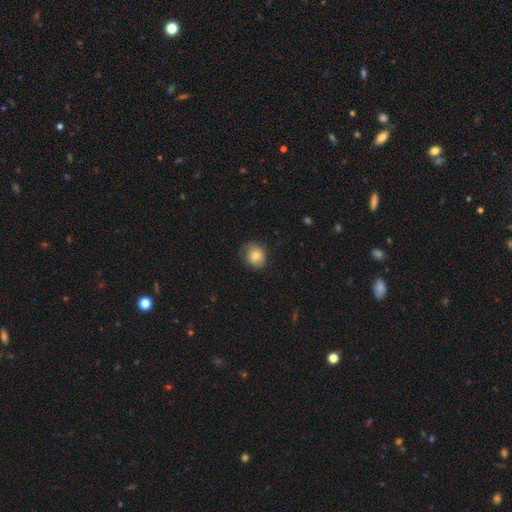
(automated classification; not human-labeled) The model was most divided on "how rounded": round: 64%, in between: 35%, cigar-shaped: 1%. More confident: smooth or featured — smooth (74%); merging — none (68%).